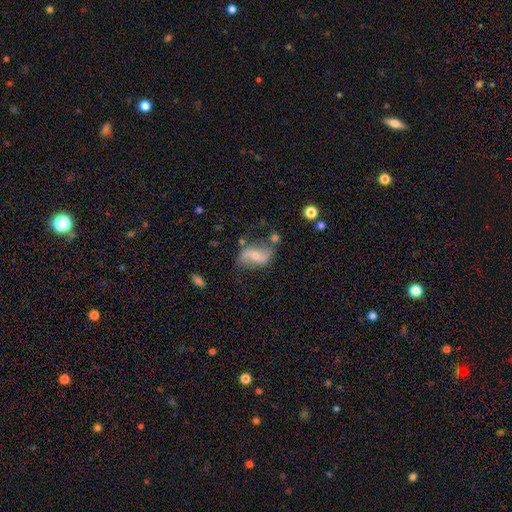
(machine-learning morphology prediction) Smooth or featured? featured or disk (63%)
Edge-on disk? no (94%)
Bar? no (39%)
Spiral arms? yes (83%)
Bulge size? small (48%)
Merging? none (59%)